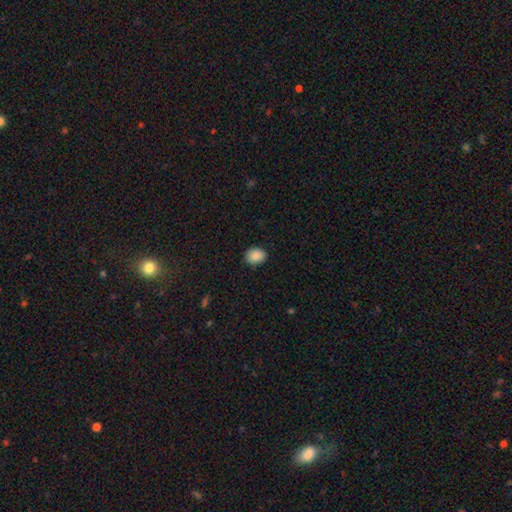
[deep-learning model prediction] A smooth galaxy with no disk features (89%) that is in between round and cigar-shaped (54%). Merging: none (82%).